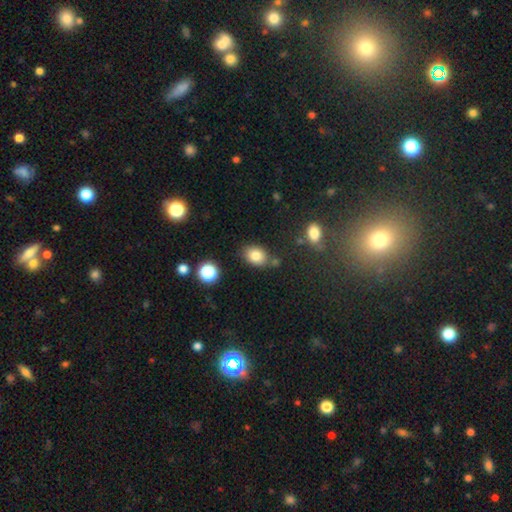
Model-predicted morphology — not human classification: A smooth galaxy with no disk features (82%) that is in between round and cigar-shaped (69%).

Vote fractions:
- Smooth or featured? smooth: 82% / star or artifact: 10% / featured or disk: 7%
- How rounded? in between: 69% / round: 30% / cigar-shaped: 1%
- Merging? none: 74% / minor disturbance: 14% / merger: 8% / major disturbance: 4%